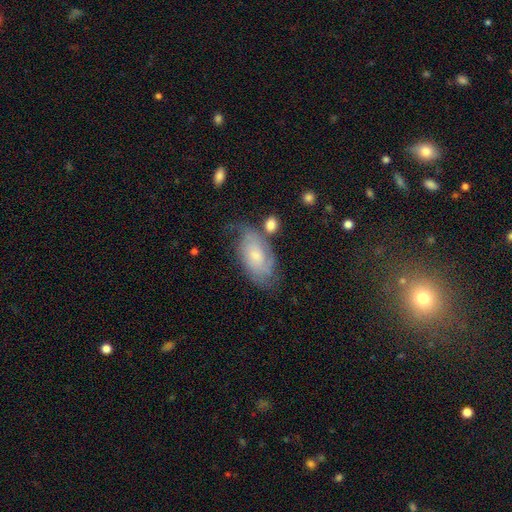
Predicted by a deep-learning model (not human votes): Overall: featured or disk (62%; smooth 30%). Edge-on disk: no (94%). Bar: no (75%). Spiral arms: yes (86%). Spiral arm count: can't tell (43%; 2 35%). Spiral winding: tight (53%; medium 33%). Bulge size: small (60%; moderate 32%). Merging: none (56%; minor disturbance 25%).